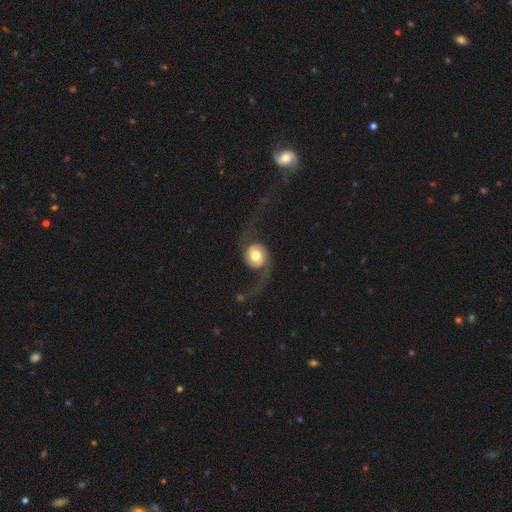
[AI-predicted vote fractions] smooth-or-featured: featured or disk: 71% | smooth: 23% | star or artifact: 6%
  disk-edge-on: no: 96% | yes: 4%
    bar: no: 72% | weak: 21% | strong: 7%
    has-spiral-arms: yes: 92% | no: 8%
      spiral-winding: loose: 84% | medium: 13% | tight: 3%
      spiral-arm-count: 2: 89% | 1: 7% | can't tell: 2% | 3: 1% | 4: 1% | more than 4: 1%
    bulge-size: moderate: 50% | large: 31% | dominant: 11% | small: 7% | none: 2%
  merging: none: 55% | major disturbance: 29% | minor disturbance: 13% | merger: 3%